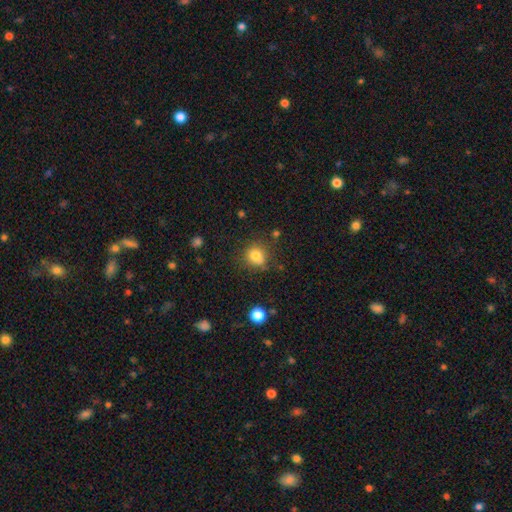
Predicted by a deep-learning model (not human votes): smooth-or-featured: smooth: 80% | star or artifact: 13% | featured or disk: 8%
  how-rounded: round: 85% | in between: 14% | cigar-shaped: 1%
  merging: none: 76% | minor disturbance: 15% | merger: 5% | major disturbance: 4%